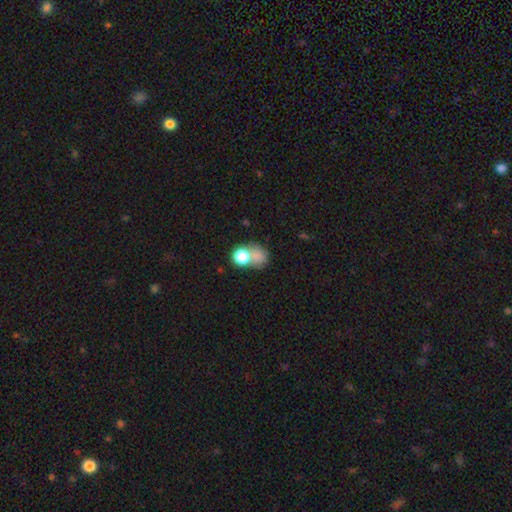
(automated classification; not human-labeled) A smooth galaxy with no disk features (74%) that is round (58%). Merging: merger (46%).